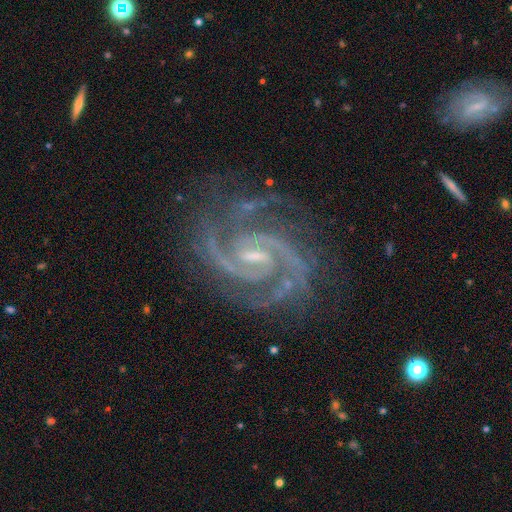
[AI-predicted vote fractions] Smooth or featured: featured or disk — 94% (star or artifact — 5%)
Edge-on disk: no — 98% (yes — 2%)
Bar: weak — 49% (no — 26%)
Spiral arms: yes — 99% (no — 1%)
Spiral winding: medium — 49% (tight — 46%)
Spiral arm count: 2 — 84% (3 — 8%)
Bulge size: small — 69% (moderate — 20%)
Merging: none — 77% (minor disturbance — 16%)